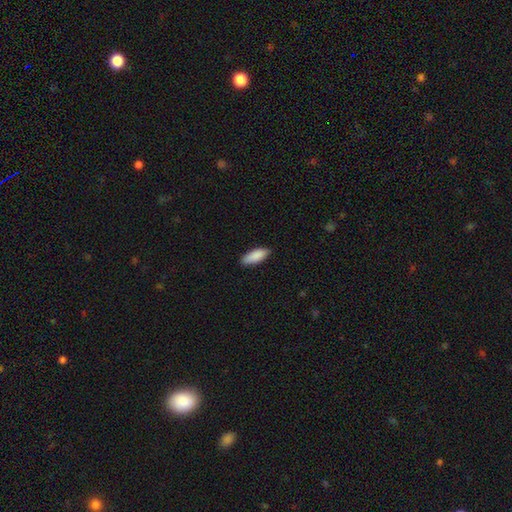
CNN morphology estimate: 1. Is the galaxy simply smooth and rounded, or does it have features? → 89% smooth, 6% star or artifact, 5% featured or disk.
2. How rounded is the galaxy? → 73% in between, 25% cigar-shaped, 2% round.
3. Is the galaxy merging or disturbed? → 84% none, 13% minor disturbance, 2% major disturbance, 1% merger.